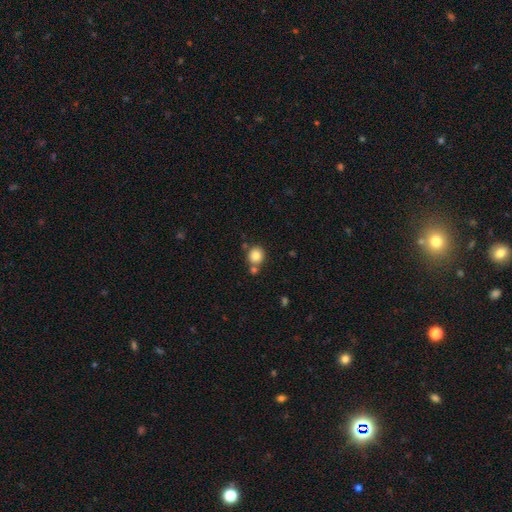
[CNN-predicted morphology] Smooth or featured?
  - smooth: 82% *
  - star or artifact: 10%
  - featured or disk: 7%
How rounded?
  - round: 89% *
  - in between: 10%
  - cigar-shaped: 1%
Merging?
  - none: 69% *
  - merger: 19%
  - minor disturbance: 9%
  - major disturbance: 3%